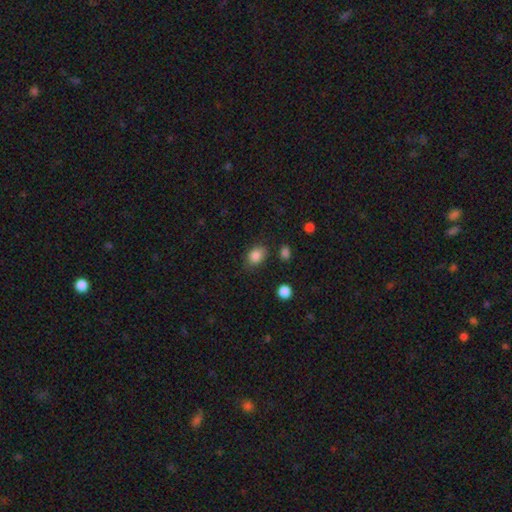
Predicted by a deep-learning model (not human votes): Smooth or featured? Predicted: smooth (p=0.84). How rounded? Predicted: in between (p=0.70). Merging? Predicted: none (p=0.76).